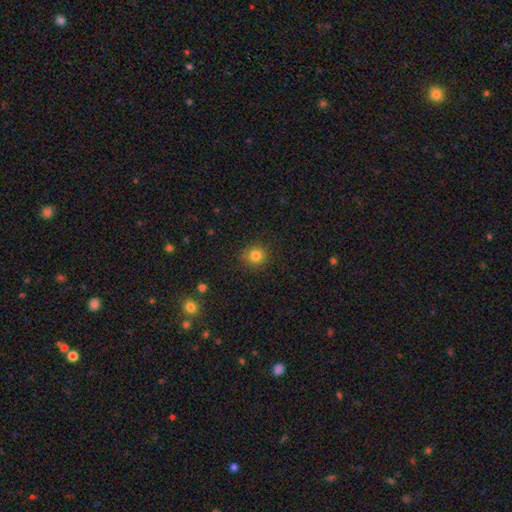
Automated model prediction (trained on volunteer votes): A smooth galaxy with no disk features (82%) that is round (91%). Merging: none (88%).